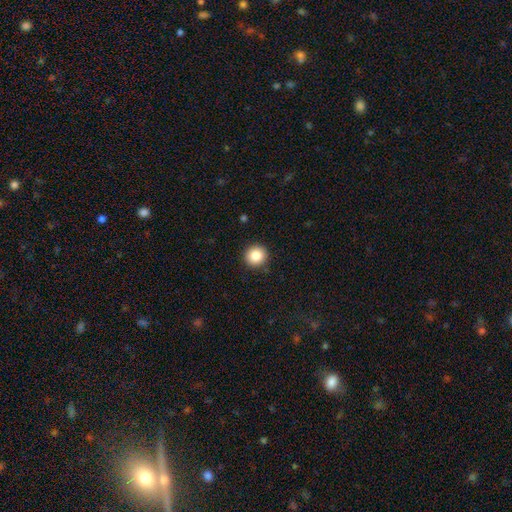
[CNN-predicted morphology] Q: Smooth or featured?
A: smooth (86%); runner-up: star or artifact (10%)
Q: How rounded?
A: round (94%); runner-up: in between (5%)
Q: Merging?
A: none (91%); runner-up: minor disturbance (6%)